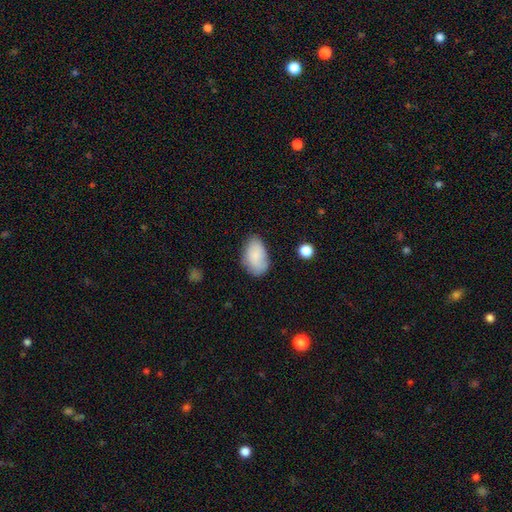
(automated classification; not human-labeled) Q: Smooth or featured?
A: smooth (82%); runner-up: featured or disk (10%)
Q: How rounded?
A: in between (91%); runner-up: round (7%)
Q: Merging?
A: none (63%); runner-up: minor disturbance (27%)